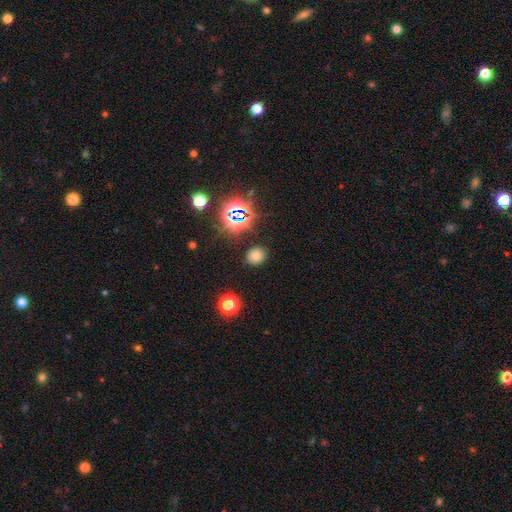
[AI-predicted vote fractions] Morphology: type=smooth (68%); roundness=round (66%); merging=none (86%).